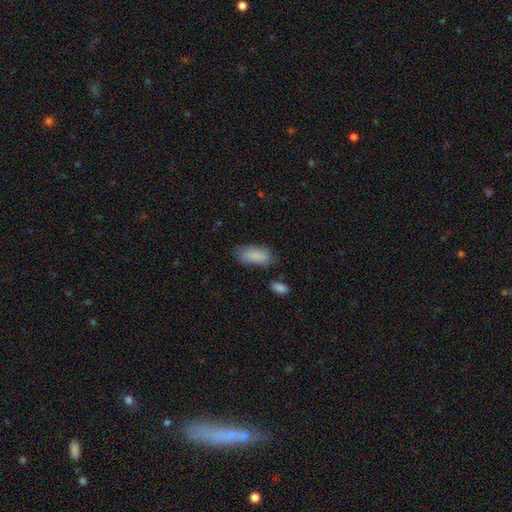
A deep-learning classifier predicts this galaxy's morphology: Smooth or featured? smooth (86%)
How rounded? in between (89%)
Merging? none (68%)